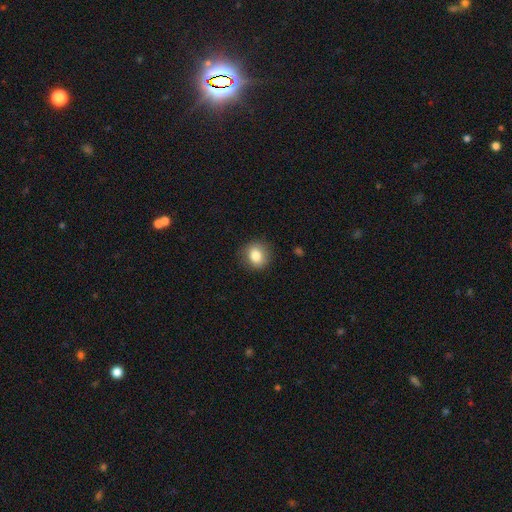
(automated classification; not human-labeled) Smooth or featured?
  - smooth: 83% *
  - star or artifact: 9%
  - featured or disk: 8%
How rounded?
  - round: 79% *
  - in between: 20%
  - cigar-shaped: 1%
Merging?
  - none: 85% *
  - minor disturbance: 11%
  - major disturbance: 3%
  - merger: 1%